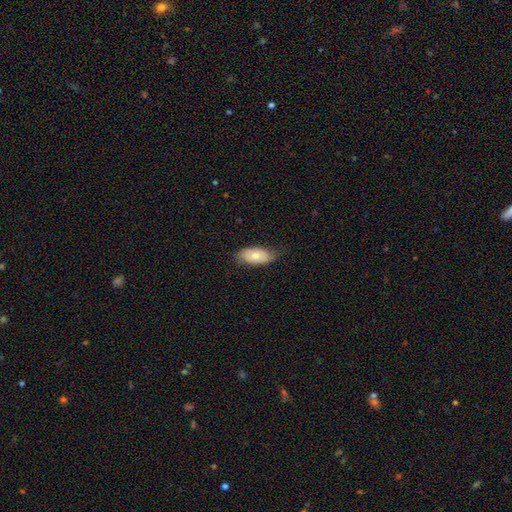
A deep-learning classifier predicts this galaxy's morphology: Smooth or featured: smooth — 69% (featured or disk — 25%)
How rounded: in between — 93% (cigar-shaped — 4%)
Merging: none — 71% (minor disturbance — 23%)